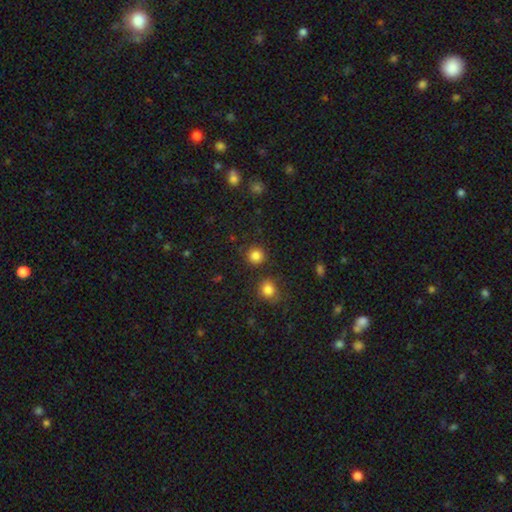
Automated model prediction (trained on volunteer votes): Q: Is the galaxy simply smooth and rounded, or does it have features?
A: smooth — 84%.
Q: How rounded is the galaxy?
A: round — 93%.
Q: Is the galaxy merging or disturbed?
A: none — 87%.